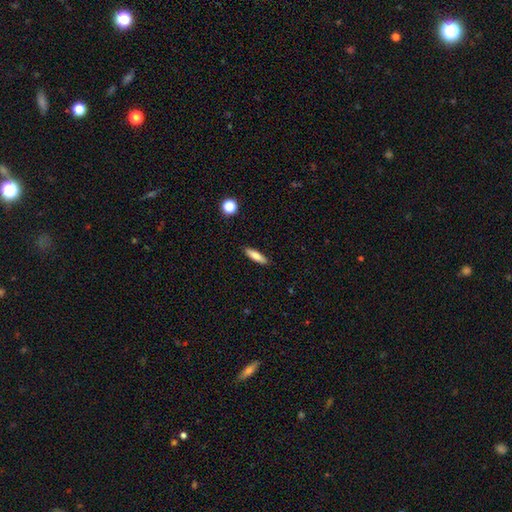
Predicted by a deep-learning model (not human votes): This appears to be a smooth galaxy with no disk features (77%) that is cigar-shaped (66%). Merging: none (89%).